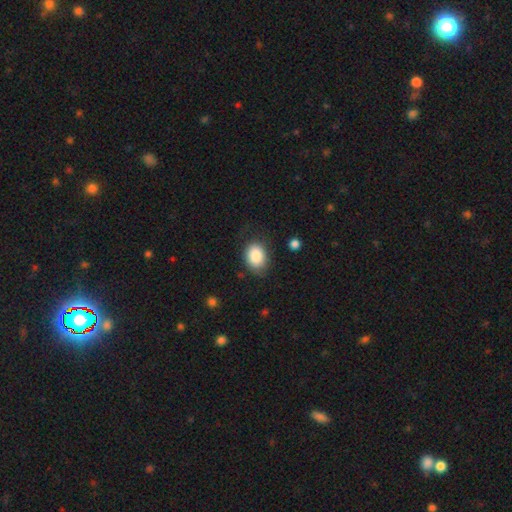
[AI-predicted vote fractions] Smooth or featured? Predicted: smooth (p=0.88). How rounded? Predicted: in between (p=0.73). Merging? Predicted: none (p=0.76).